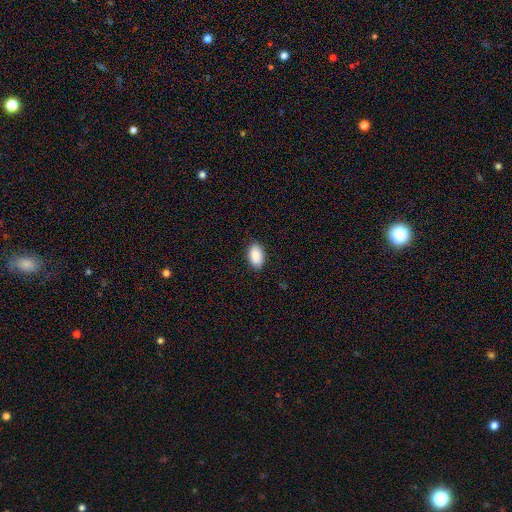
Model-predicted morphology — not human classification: Overall: smooth (90%). How rounded: in between (93%). Merging: none (88%).